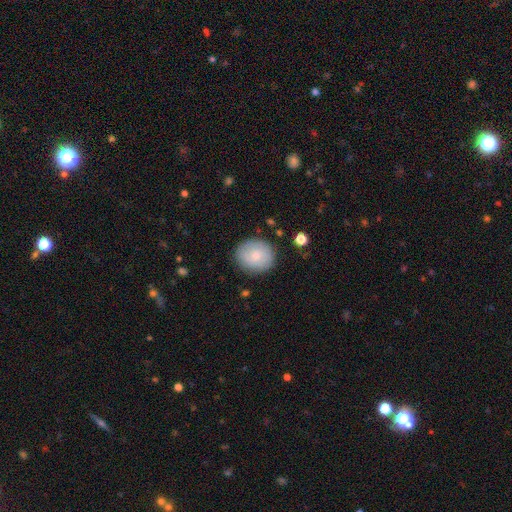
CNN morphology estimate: This is likely a smooth galaxy (69%). How rounded: likely round (77%). Merging: clearly none (84%).